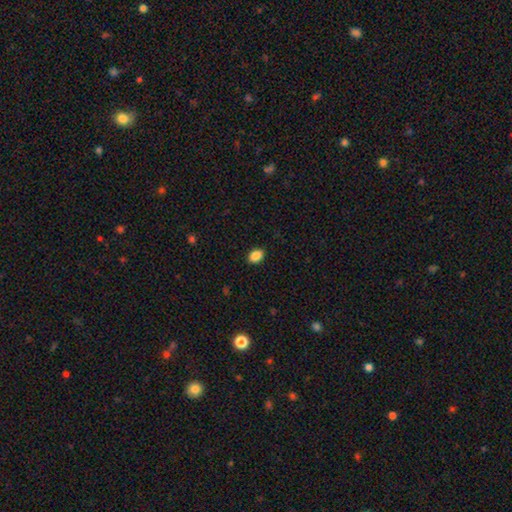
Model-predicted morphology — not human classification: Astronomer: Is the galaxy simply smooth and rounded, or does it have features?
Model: smooth — 88%.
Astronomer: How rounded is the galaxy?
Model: in between — 78%.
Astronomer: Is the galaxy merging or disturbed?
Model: none — 89%.